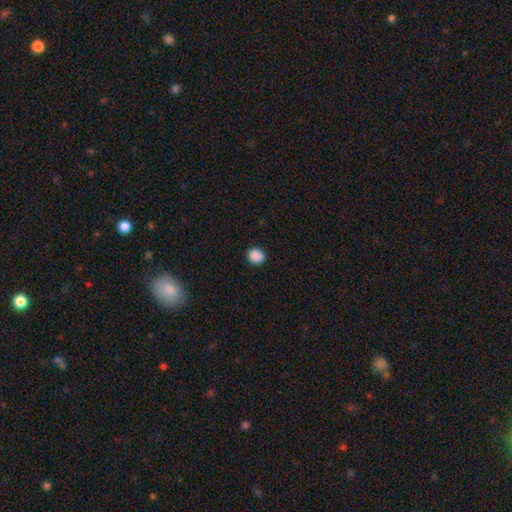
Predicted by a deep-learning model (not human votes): A smooth galaxy with no disk features (88%) that is round (86%).

Vote fractions:
- Smooth or featured? smooth: 88% / star or artifact: 9% / featured or disk: 3%
- How rounded? round: 86% / in between: 13% / cigar-shaped: 1%
- Merging? none: 89% / minor disturbance: 8% / major disturbance: 2% / merger: 1%